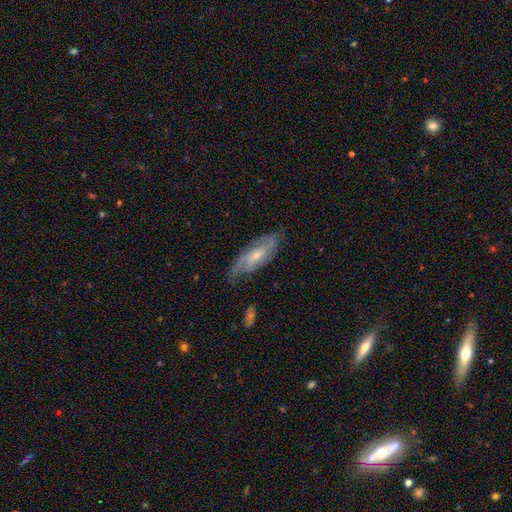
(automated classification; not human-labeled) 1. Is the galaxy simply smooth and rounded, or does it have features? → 70% featured or disk, 24% smooth, 6% star or artifact.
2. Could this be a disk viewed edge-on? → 84% no, 16% yes.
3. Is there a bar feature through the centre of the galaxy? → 51% no, 40% weak, 10% strong.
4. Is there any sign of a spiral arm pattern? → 89% yes, 11% no.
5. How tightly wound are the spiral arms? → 42% tight, 41% medium, 17% loose.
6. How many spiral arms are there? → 47% 2, 32% can't tell, 10% 3, 6% 1, 3% 4, 2% more than 4.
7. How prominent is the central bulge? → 51% small, 41% moderate, 4% none, 2% large, 1% dominant.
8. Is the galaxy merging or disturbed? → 68% none, 23% minor disturbance, 8% major disturbance, 2% merger.